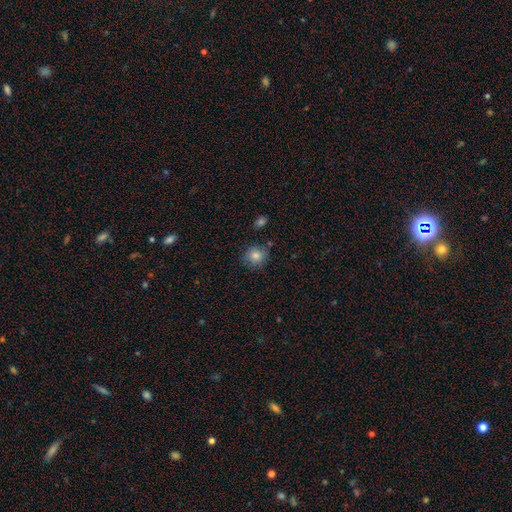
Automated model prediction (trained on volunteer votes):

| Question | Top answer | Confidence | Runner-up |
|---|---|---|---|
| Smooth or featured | smooth | 83% | star or artifact (10%) |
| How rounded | round | 86% | in between (13%) |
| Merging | none | 79% | minor disturbance (13%) |